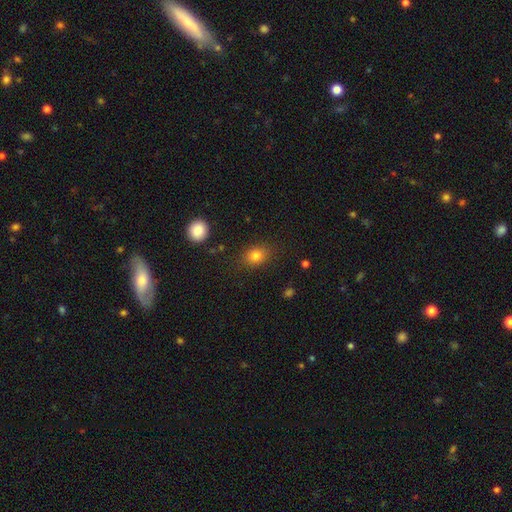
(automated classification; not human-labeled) A smooth galaxy with no disk features (81%) that is in between round and cigar-shaped (57%).

Vote fractions:
- Smooth or featured? smooth: 81% / star or artifact: 11% / featured or disk: 8%
- How rounded? in between: 57% / round: 42% / cigar-shaped: 1%
- Merging? none: 83% / minor disturbance: 12% / major disturbance: 4% / merger: 2%